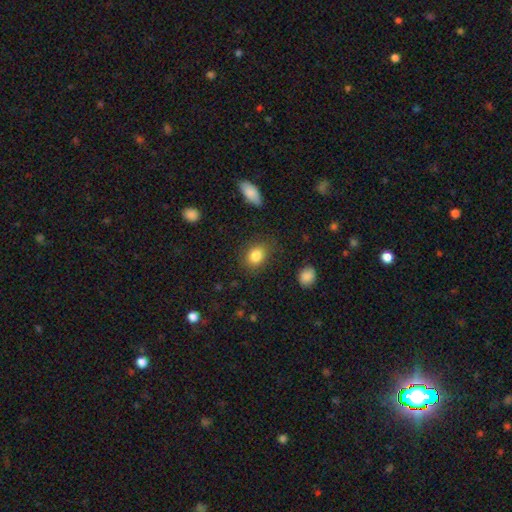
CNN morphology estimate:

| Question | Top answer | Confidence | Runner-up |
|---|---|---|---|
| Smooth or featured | smooth | 85% | star or artifact (9%) |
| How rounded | in between | 56% | round (42%) |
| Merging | none | 77% | minor disturbance (16%) |